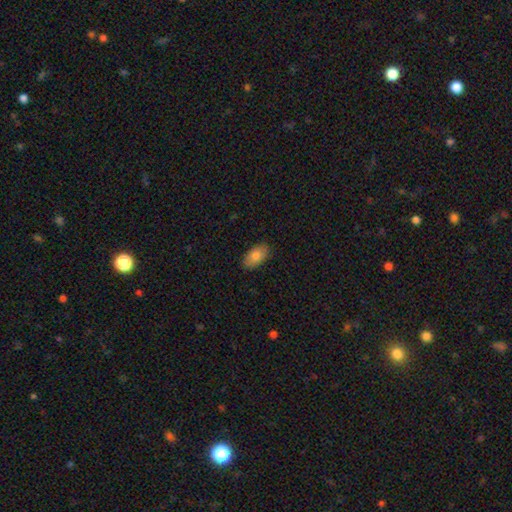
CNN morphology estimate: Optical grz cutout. It shows a smooth galaxy with no disk features (81%) that is in between round and cigar-shaped (94%). Merging: none (87%).